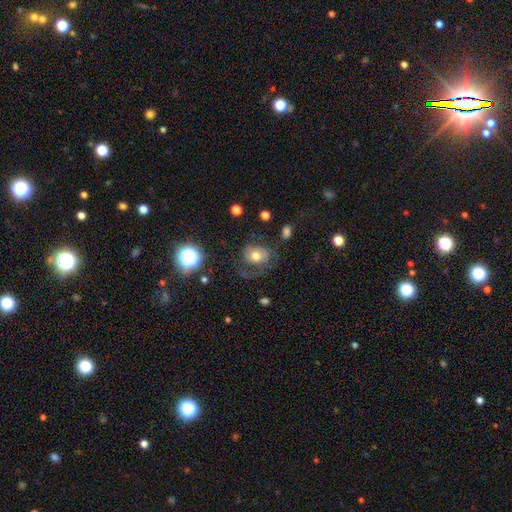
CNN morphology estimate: A smooth galaxy with no disk features (55%) that is round (64%). Merging: none (46%).